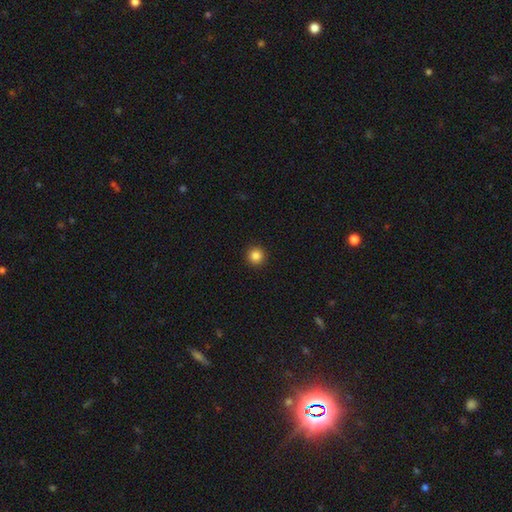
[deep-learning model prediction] Q: Smooth or featured?
A: smooth (86%); runner-up: star or artifact (11%)
Q: How rounded?
A: round (96%); runner-up: in between (3%)
Q: Merging?
A: none (93%); runner-up: minor disturbance (4%)